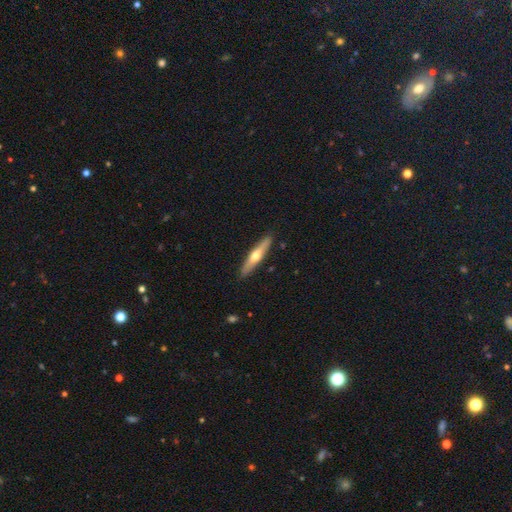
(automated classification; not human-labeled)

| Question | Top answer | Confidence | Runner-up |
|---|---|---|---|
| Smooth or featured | featured or disk | 55% | smooth (40%) |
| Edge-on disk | yes | 93% | no (7%) |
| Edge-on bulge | rounded | 91% | none (6%) |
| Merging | none | 90% | minor disturbance (7%) |